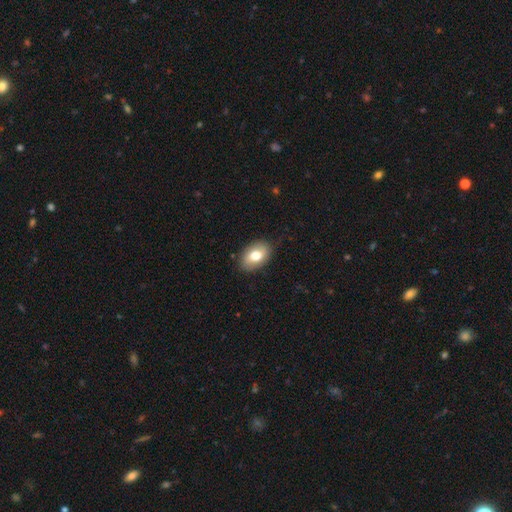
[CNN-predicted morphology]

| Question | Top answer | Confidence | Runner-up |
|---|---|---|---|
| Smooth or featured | smooth | 74% | featured or disk (19%) |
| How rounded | in between | 88% | round (10%) |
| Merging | none | 84% | minor disturbance (13%) |